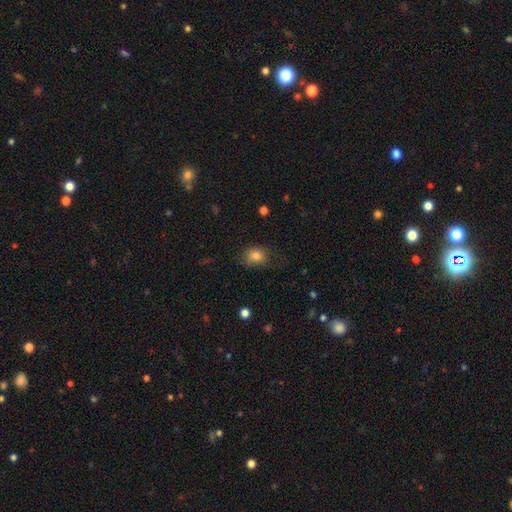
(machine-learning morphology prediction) Overall: smooth (82%). How rounded: round (50%; in between 49%). Merging: none (67%).